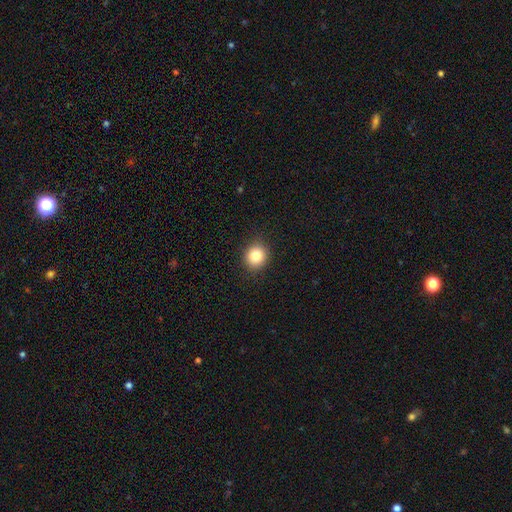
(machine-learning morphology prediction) Smooth or featured? Predicted: smooth (p=0.82). How rounded? Predicted: round (p=0.84). Merging? Predicted: none (p=0.91).